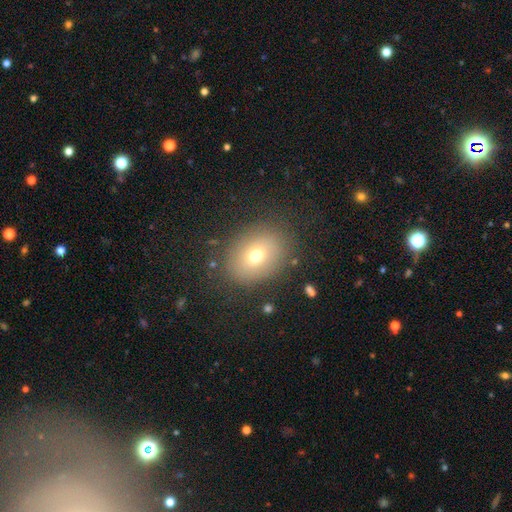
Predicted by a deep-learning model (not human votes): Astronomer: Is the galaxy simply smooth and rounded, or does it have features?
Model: smooth — 70%.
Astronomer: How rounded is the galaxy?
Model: in between — 63%.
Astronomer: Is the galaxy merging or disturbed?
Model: none — 82%.